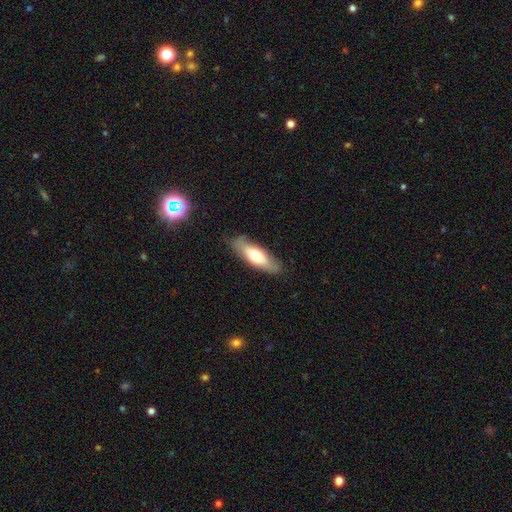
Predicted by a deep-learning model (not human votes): The model was most divided on "how rounded": in between: 55%, cigar-shaped: 43%, round: 2%. More confident: merging — none (79%); smooth or featured — smooth (61%).